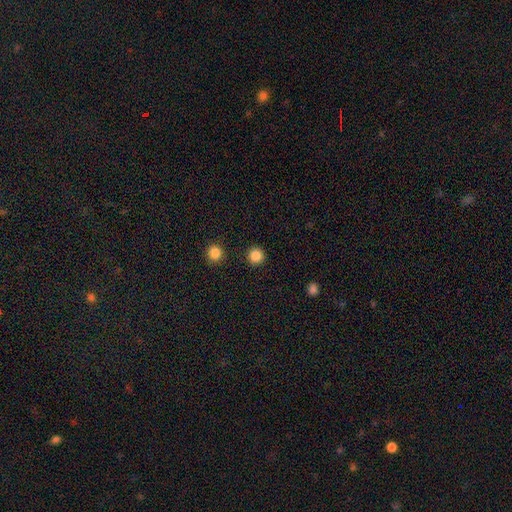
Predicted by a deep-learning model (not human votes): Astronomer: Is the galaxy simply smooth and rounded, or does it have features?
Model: smooth — 86%.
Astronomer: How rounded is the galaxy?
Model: round — 96%.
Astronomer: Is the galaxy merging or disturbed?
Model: none — 93%.